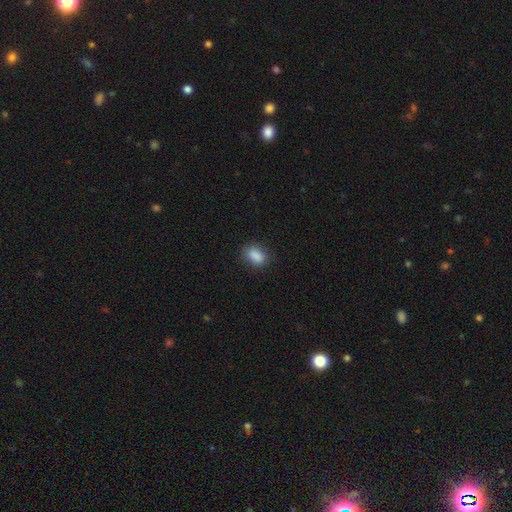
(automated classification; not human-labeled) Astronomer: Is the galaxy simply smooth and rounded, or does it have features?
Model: smooth — 88%.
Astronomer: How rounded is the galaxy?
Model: in between — 82%.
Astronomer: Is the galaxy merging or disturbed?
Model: none — 81%.